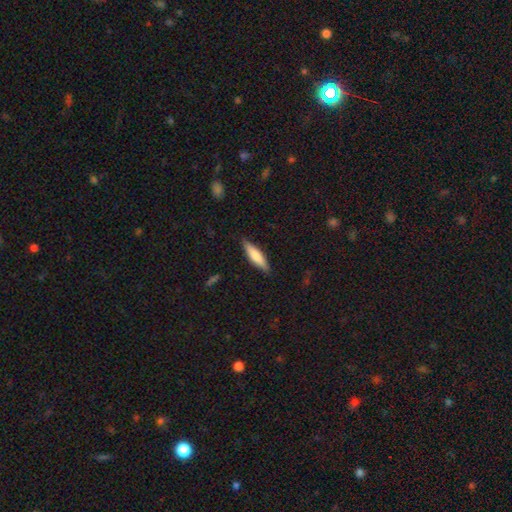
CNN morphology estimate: This is likely a smooth galaxy (71%). How rounded: likely cigar-shaped (72%). Merging: clearly none (87%).